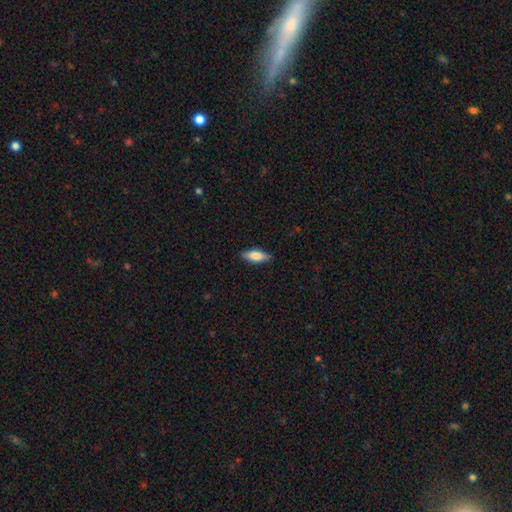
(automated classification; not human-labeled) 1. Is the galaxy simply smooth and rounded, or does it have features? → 79% smooth, 15% featured or disk, 6% star or artifact.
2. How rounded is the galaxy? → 72% in between, 26% cigar-shaped, 2% round.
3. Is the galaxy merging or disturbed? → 86% none, 11% minor disturbance, 2% major disturbance, 1% merger.